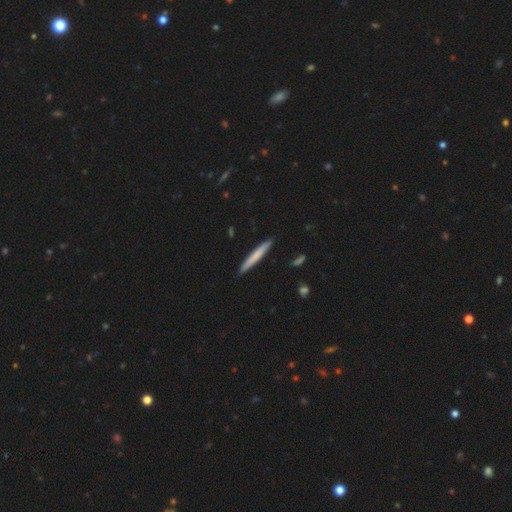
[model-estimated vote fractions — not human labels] smooth-or-featured: smooth: 68% | featured or disk: 26% | star or artifact: 5%
  how-rounded: cigar-shaped: 96% | in between: 3% | round: 1%
  merging: none: 90% | minor disturbance: 7% | merger: 1% | major disturbance: 1%